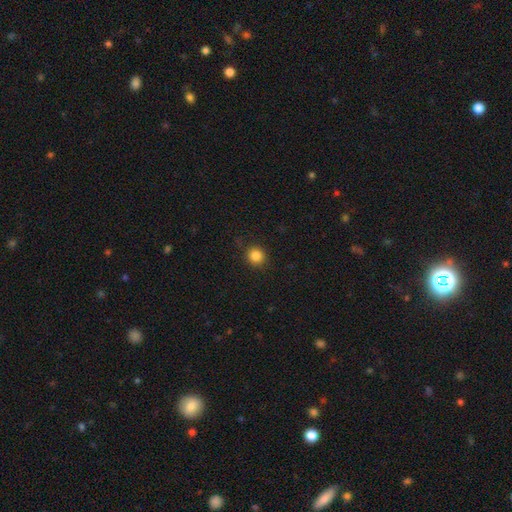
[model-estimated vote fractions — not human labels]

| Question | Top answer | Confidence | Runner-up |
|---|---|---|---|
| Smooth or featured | smooth | 85% | star or artifact (11%) |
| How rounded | round | 89% | in between (10%) |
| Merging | none | 87% | minor disturbance (9%) |